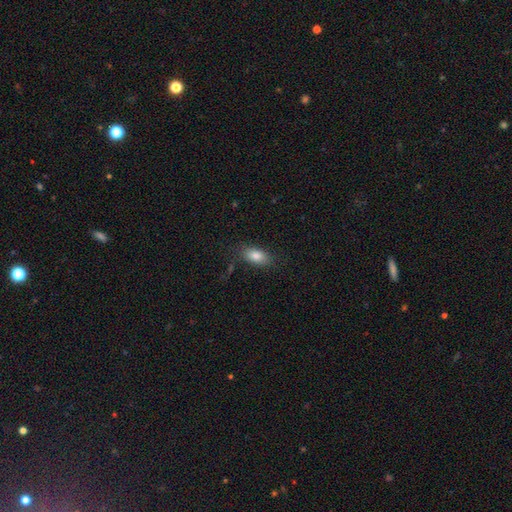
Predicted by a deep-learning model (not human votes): smooth 84%, featured or disk 8%, star or artifact 8%. Down the decision tree: how rounded — in between (88%); merging — none (79%).